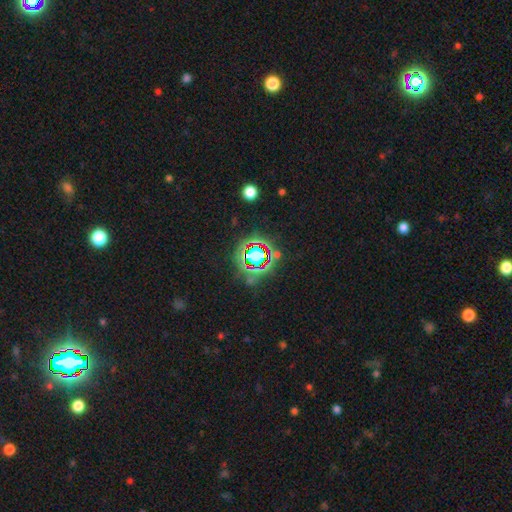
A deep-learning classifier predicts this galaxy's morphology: Smooth or featured?
  - star or artifact: 82% *
  - smooth: 11%
  - featured or disk: 8%